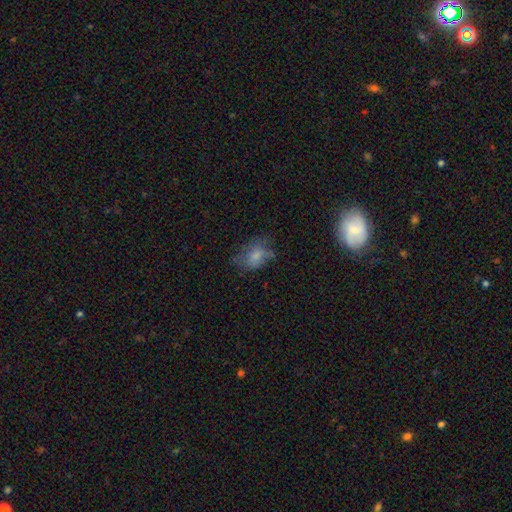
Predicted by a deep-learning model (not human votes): Overall: smooth (66%). How rounded: in between (79%). Merging: none (48%; minor disturbance 28%).